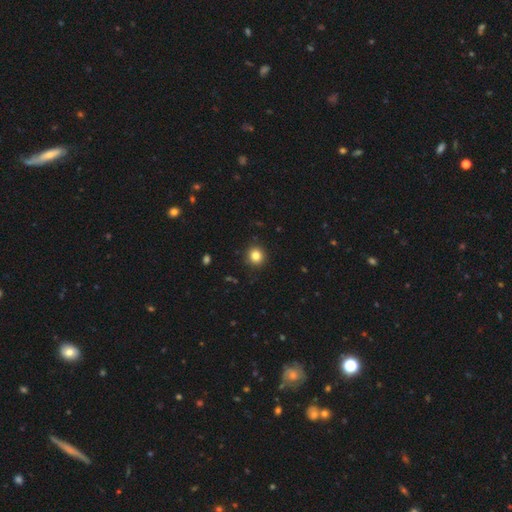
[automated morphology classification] This is clearly a smooth galaxy (83%). How rounded: clearly round (92%). Merging: clearly none (91%).